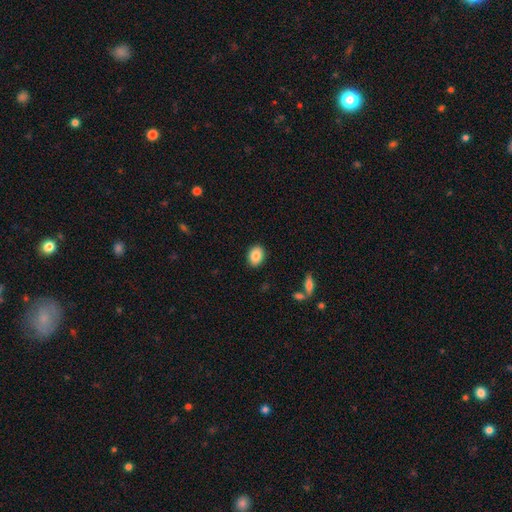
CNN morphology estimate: Smooth or featured? smooth (86%)
How rounded? in between (75%)
Merging? none (89%)